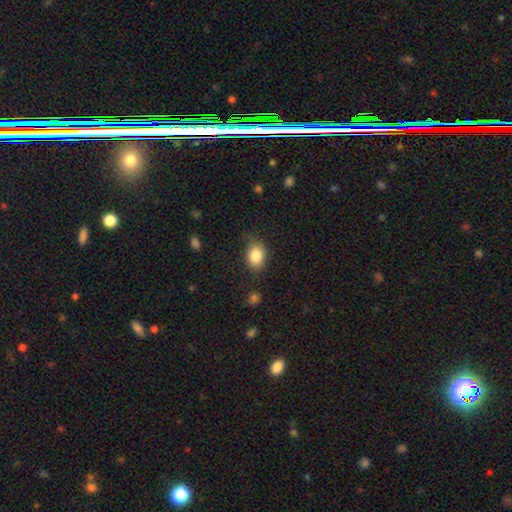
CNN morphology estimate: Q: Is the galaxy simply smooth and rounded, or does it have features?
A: smooth — 84%.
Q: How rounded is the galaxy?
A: in between — 63%.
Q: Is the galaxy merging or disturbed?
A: none — 72%.